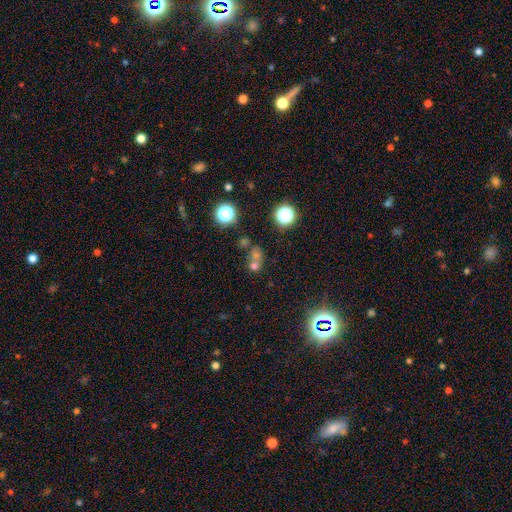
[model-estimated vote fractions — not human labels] Morphology: type=smooth (47%); merging=none (46%).